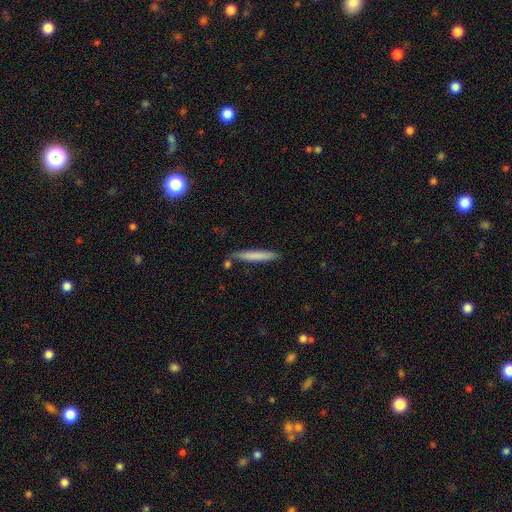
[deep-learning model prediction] smooth-or-featured: smooth: 74% | featured or disk: 20% | star or artifact: 6%
  how-rounded: cigar-shaped: 94% | in between: 5% | round: 1%
  merging: none: 78% | minor disturbance: 14% | merger: 5% | major disturbance: 3%